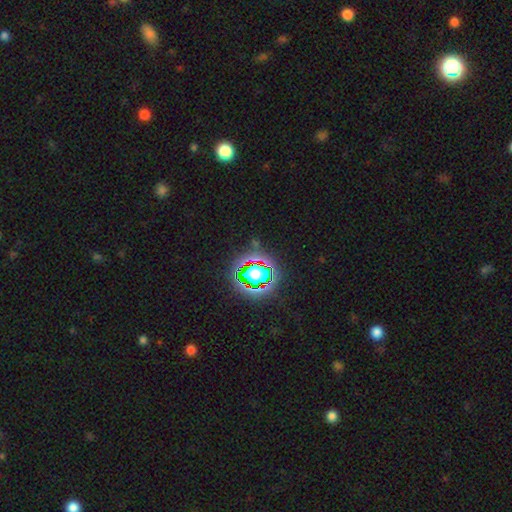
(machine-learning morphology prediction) Q: Smooth or featured?
A: star or artifact (80%); runner-up: smooth (12%)